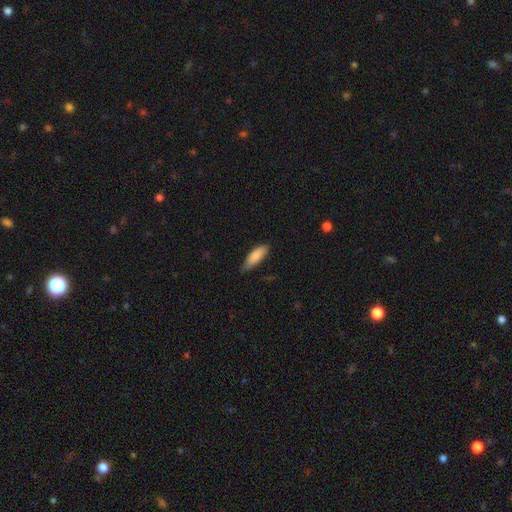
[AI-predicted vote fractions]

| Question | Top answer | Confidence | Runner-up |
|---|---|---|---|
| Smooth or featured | smooth | 84% | featured or disk (10%) |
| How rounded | in between | 61% | cigar-shaped (38%) |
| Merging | none | 69% | minor disturbance (27%) |